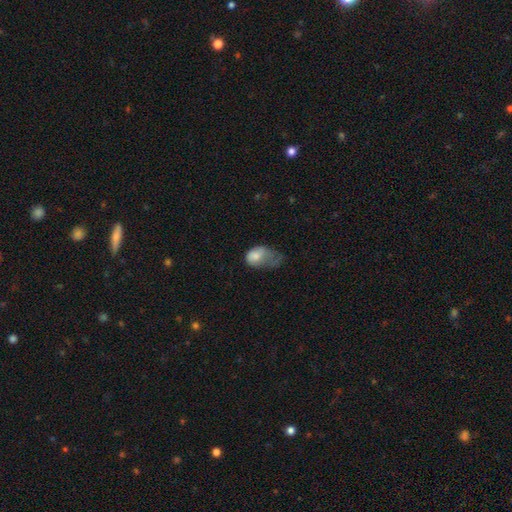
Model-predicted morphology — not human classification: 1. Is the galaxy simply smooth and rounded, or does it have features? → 73% smooth, 18% featured or disk, 9% star or artifact.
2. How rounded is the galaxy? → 81% in between, 18% round, 1% cigar-shaped.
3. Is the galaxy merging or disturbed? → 59% major disturbance, 26% minor disturbance, 12% none, 3% merger.